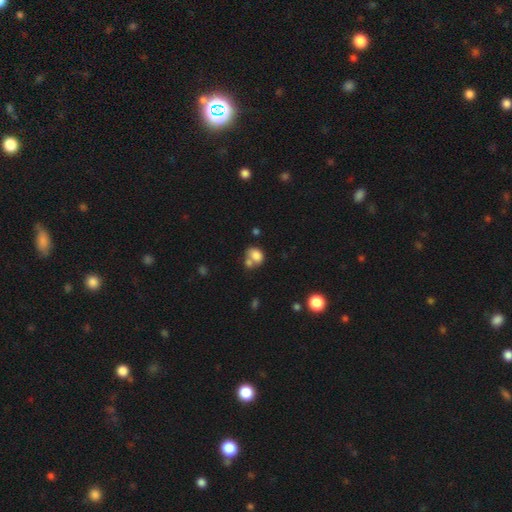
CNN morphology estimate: smooth 80%, featured or disk 10%, star or artifact 10%. Down the decision tree: how rounded — in between (64%); merging — merger (49%).